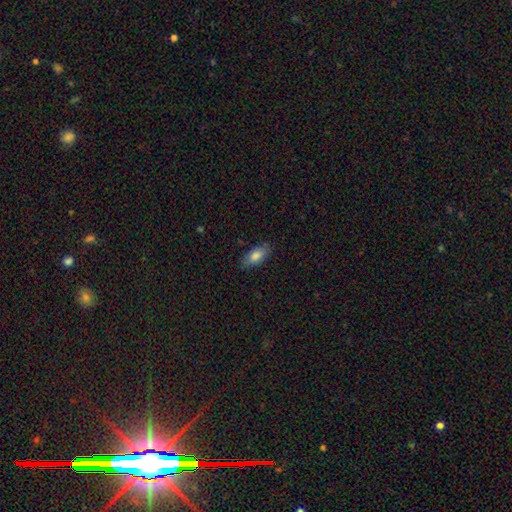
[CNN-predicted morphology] smooth_or_featured: smooth (p=0.81) [alt: featured or disk p=0.12]
how_rounded: in between (p=0.87) [alt: cigar-shaped p=0.11]
merging: none (p=0.83) [alt: minor disturbance p=0.13]